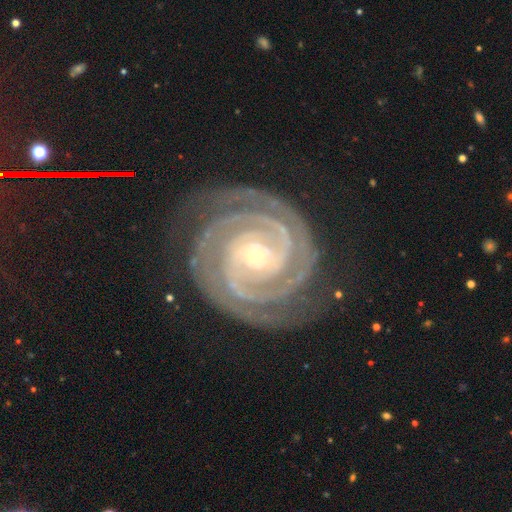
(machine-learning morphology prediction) featured or disk 93%, star or artifact 4%, smooth 2%. Down the decision tree: edge-on disk — no (98%); bar — no (64%); spiral arms — yes (99%); spiral arm count — 2 (73%); spiral winding — tight (87%); bulge size — small (84%); merging — none (81%).